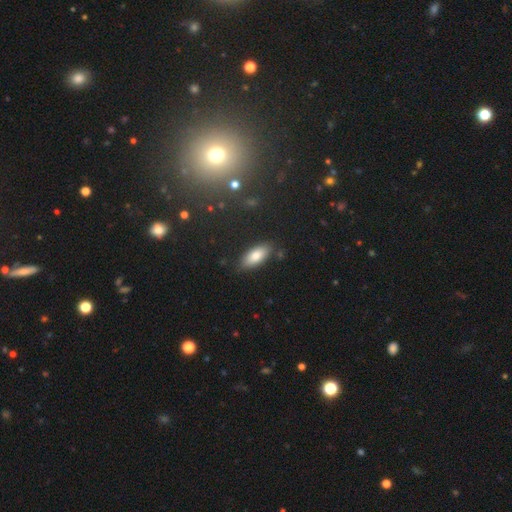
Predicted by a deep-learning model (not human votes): Smooth or featured: smooth — 81% (featured or disk — 12%)
How rounded: in between — 85% (cigar-shaped — 13%)
Merging: none — 84% (minor disturbance — 12%)